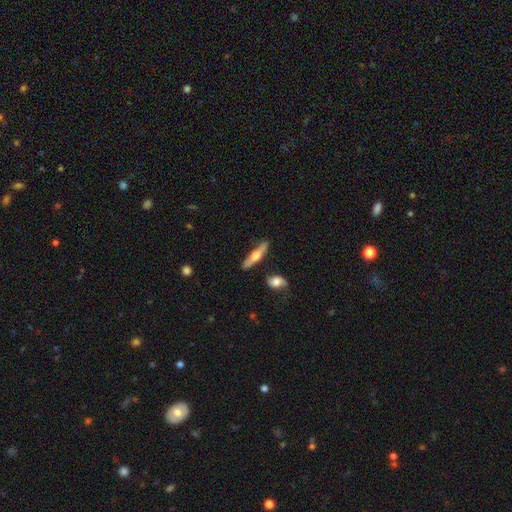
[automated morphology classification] Smooth or featured? featured or disk (49%)
Merging? none (79%)